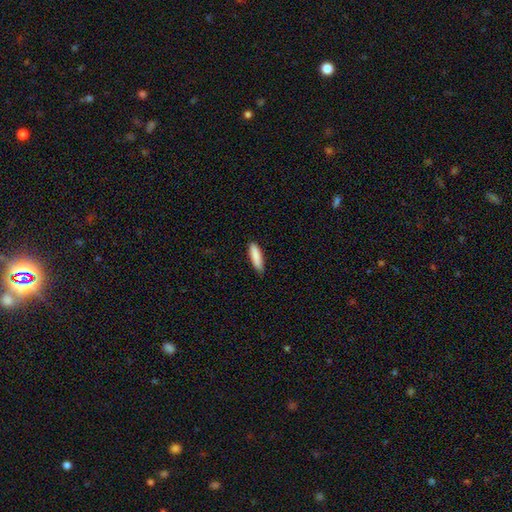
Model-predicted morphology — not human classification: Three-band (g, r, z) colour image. It shows a smooth galaxy with no disk features (88%) that is cigar-shaped (67%). Merging: none (80%).